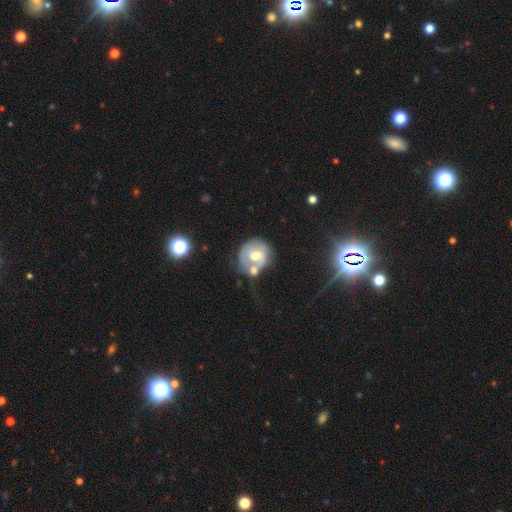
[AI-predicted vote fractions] This is possibly a featured or disk galaxy (54%). It is clearly not viewed edge-on (97%). Bar: possibly no (54%). Spiral arm pattern: possibly yes (58%). Central bulge: likely moderate (68%). Merging: marginally none (39%).